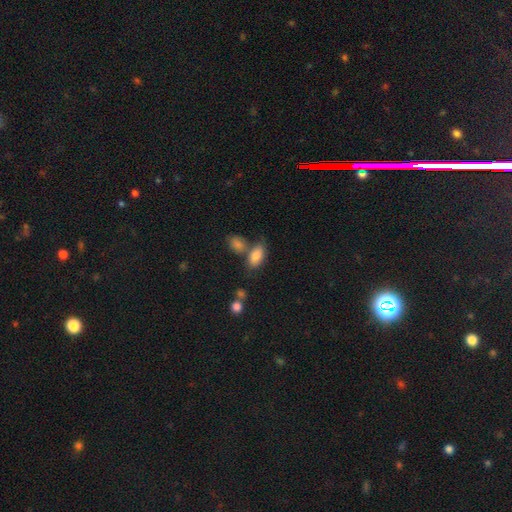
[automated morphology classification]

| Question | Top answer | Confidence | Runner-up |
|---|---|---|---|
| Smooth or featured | smooth | 83% | featured or disk (9%) |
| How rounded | in between | 91% | round (6%) |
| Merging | none | 55% | merger (27%) |